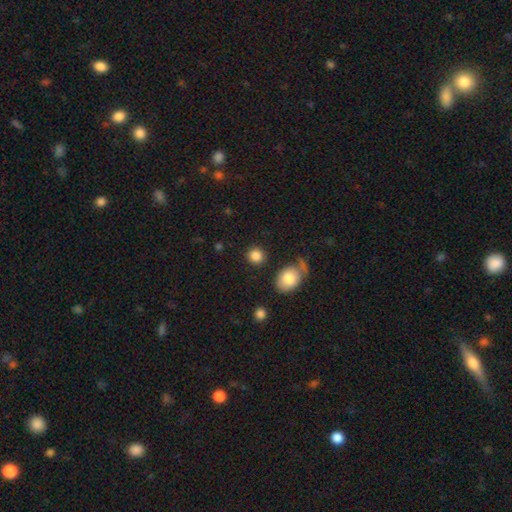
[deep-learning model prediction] Q: Smooth or featured?
A: smooth (86%); runner-up: star or artifact (9%)
Q: How rounded?
A: round (86%); runner-up: in between (13%)
Q: Merging?
A: none (86%); runner-up: minor disturbance (8%)